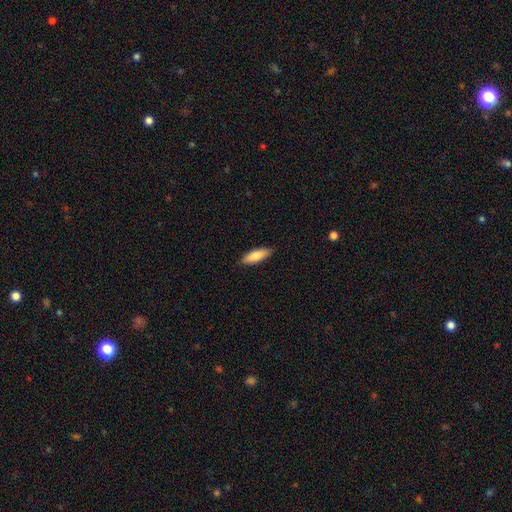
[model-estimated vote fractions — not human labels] Overall: smooth (79%). How rounded: in between (57%; cigar-shaped 41%). Merging: none (88%).